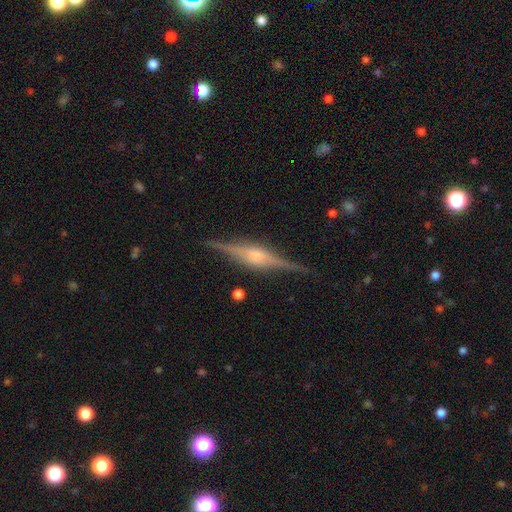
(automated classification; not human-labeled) The model was most divided on "edge-on bulge": rounded: 73%, boxy: 22%, none: 5%. More confident: edge-on disk — yes (98%); merging — none (88%); smooth or featured — featured or disk (85%).